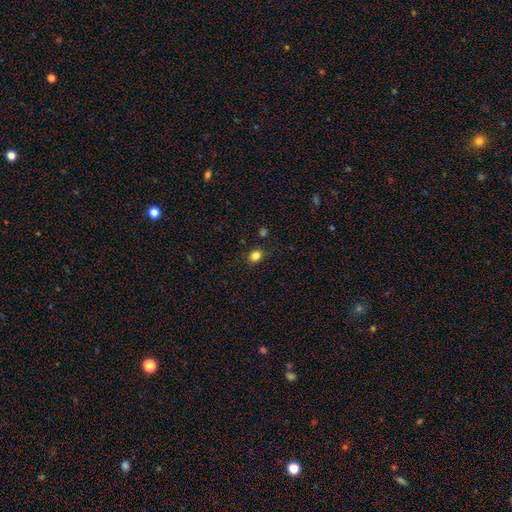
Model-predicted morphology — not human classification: A smooth galaxy with no disk features (82%) that is round (73%). Merging: none (83%).